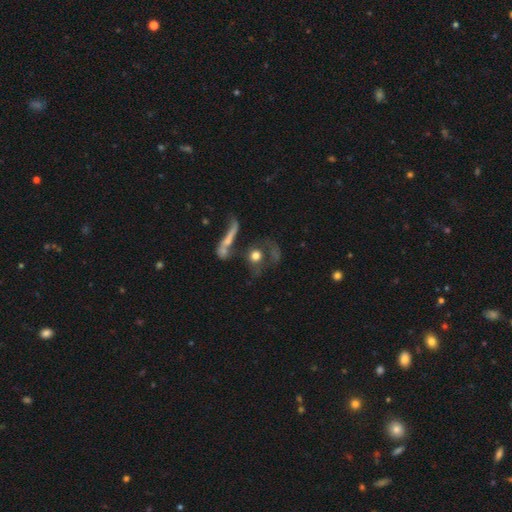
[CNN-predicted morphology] type=smooth (55%); roundness=round (70%); merging=none (37%).